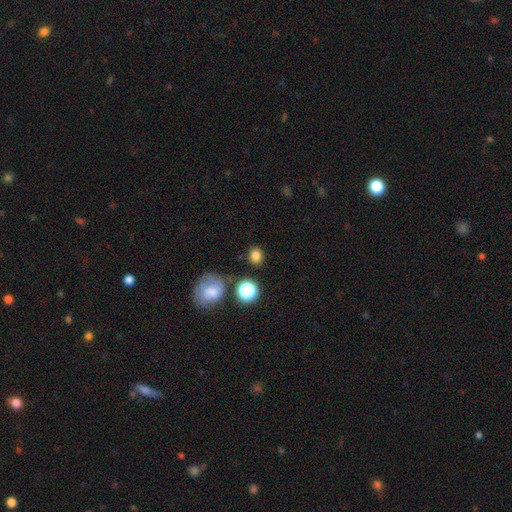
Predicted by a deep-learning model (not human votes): smooth-or-featured: smooth: 80% | star or artifact: 14% | featured or disk: 6%
  how-rounded: round: 74% | in between: 25% | cigar-shaped: 1%
  merging: none: 83% | minor disturbance: 10% | merger: 4% | major disturbance: 4%